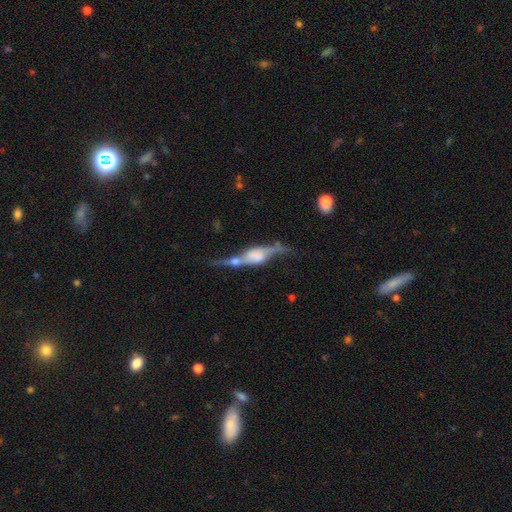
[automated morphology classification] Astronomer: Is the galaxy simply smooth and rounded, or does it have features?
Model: featured or disk — 75%.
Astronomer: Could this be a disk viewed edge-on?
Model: yes — 82%.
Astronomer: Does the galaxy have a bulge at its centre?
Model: rounded — 62%.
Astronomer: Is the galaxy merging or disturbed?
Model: none — 43% (runner-up: merger, 22%).